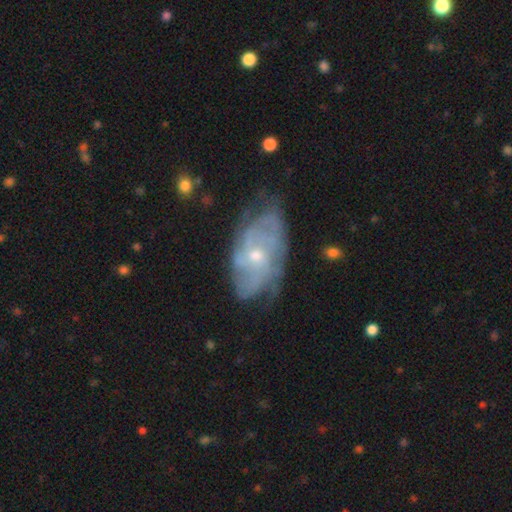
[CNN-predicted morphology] The model was most divided on "spiral winding": tight: 50%, medium: 36%, loose: 14%. More confident: edge-on disk — no (94%); spiral arms — yes (82%); smooth or featured — featured or disk (76%); bar — no (69%); merging — none (62%); bulge size — small (58%); spiral arm count — can't tell (51%).